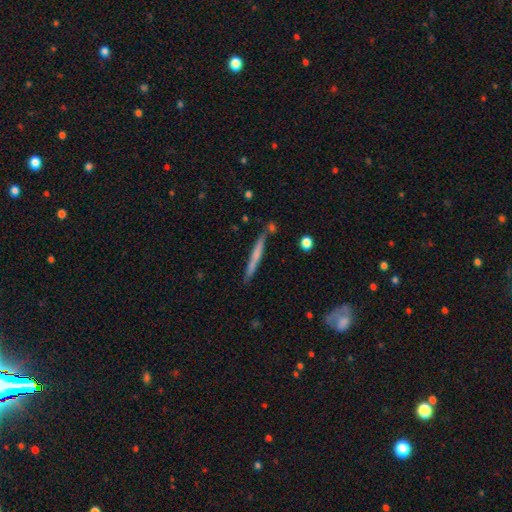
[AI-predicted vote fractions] A smooth galaxy with no disk features (51%) that is cigar-shaped (96%).

Vote fractions:
- Smooth or featured? smooth: 51% / featured or disk: 44% / star or artifact: 6%
- How rounded? cigar-shaped: 96% / in between: 2% / round: 2%
- Merging? none: 85% / minor disturbance: 10% / merger: 4% / major disturbance: 2%